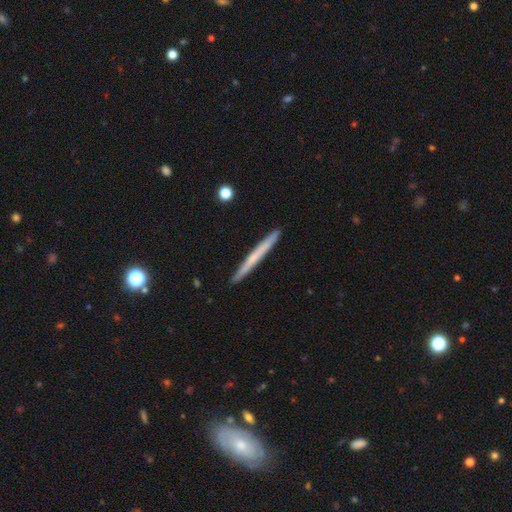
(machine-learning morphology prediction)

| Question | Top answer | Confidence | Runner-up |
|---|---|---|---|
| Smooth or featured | smooth | 50% | featured or disk (44%) |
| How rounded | cigar-shaped | 97% | in between (2%) |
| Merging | none | 92% | minor disturbance (6%) |